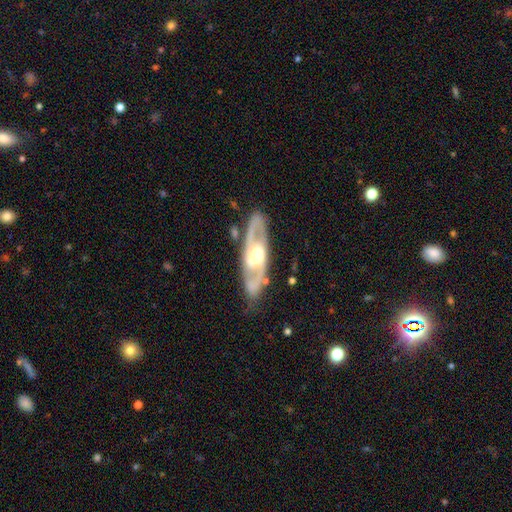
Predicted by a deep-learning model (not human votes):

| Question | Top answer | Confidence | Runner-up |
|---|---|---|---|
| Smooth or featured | featured or disk | 82% | smooth (14%) |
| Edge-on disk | no | 79% | yes (21%) |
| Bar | no | 47% | weak (33%) |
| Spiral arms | yes | 77% | no (23%) |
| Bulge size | moderate | 54% | large (35%) |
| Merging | none | 82% | minor disturbance (12%) |